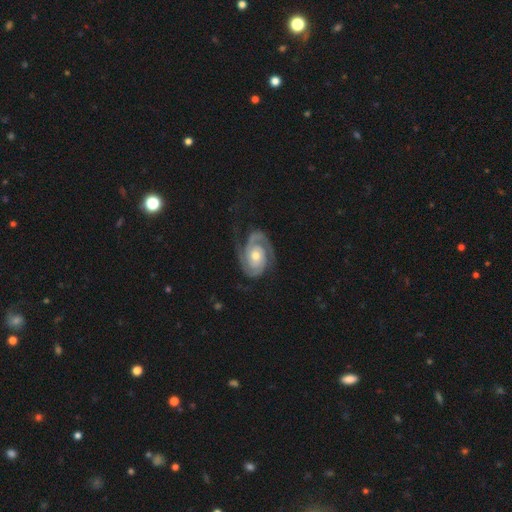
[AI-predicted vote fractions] Smooth or featured? featured or disk (92%)
Edge-on disk? no (97%)
Bar? no (73%)
Spiral arms? yes (98%)
Spiral winding? tight (62%)
Spiral arm count? 2 (87%)
Bulge size? moderate (67%)
Merging? none (74%)